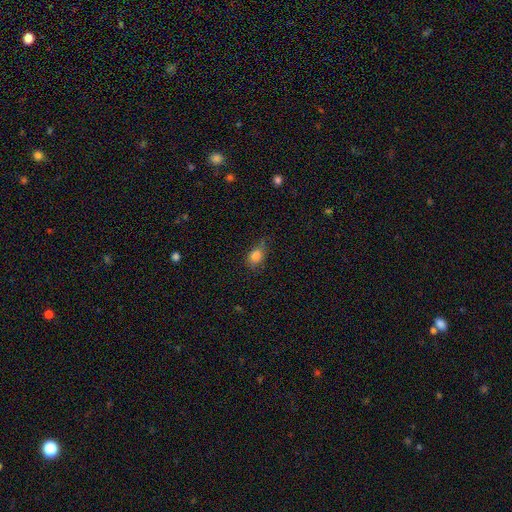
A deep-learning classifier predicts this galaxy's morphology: smooth_or_featured: smooth (p=0.81) [alt: star or artifact p=0.11]
how_rounded: in between (p=0.69) [alt: round p=0.28]
merging: none (p=0.56) [alt: minor disturbance p=0.33]